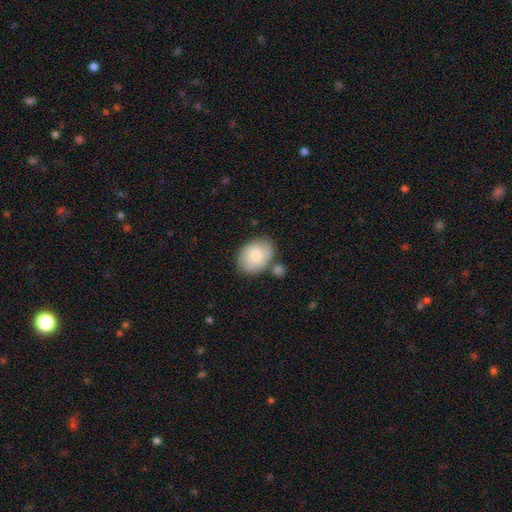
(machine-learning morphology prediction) Smooth or featured?
  - smooth: 79% *
  - featured or disk: 15%
  - star or artifact: 6%
How rounded?
  - in between: 73% *
  - round: 26%
  - cigar-shaped: 1%
Merging?
  - none: 66% *
  - minor disturbance: 16%
  - merger: 13%
  - major disturbance: 4%